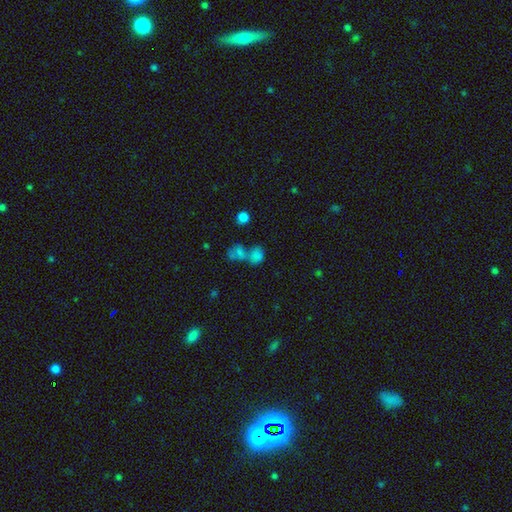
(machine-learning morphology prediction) Smooth or featured?
  - smooth: 75% *
  - star or artifact: 15%
  - featured or disk: 10%
How rounded?
  - round: 51% *
  - in between: 47%
  - cigar-shaped: 2%
Merging?
  - merger: 55% *
  - none: 29%
  - minor disturbance: 9%
  - major disturbance: 6%